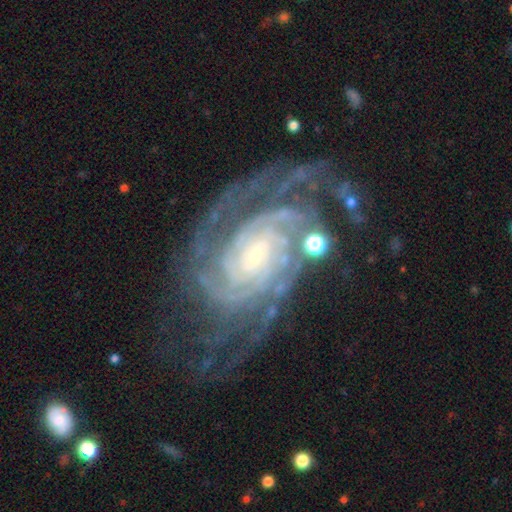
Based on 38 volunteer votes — Q: Smooth or featured?
A: featured or disk (100%)
Q: Edge-on disk?
A: no (100%)
Q: Bar?
A: weak (39%); tied with: no (39%)
Q: Spiral arms?
A: yes (97%); runner-up: no (3%)
Q: Spiral winding?
A: tight (62%); runner-up: medium (32%)
Q: Spiral arm count?
A: 2 (35%); runner-up: 3 (27%)
Q: Bulge size?
A: small (79%); runner-up: moderate (18%)
Q: Merging?
A: none (42%); runner-up: major disturbance (32%)